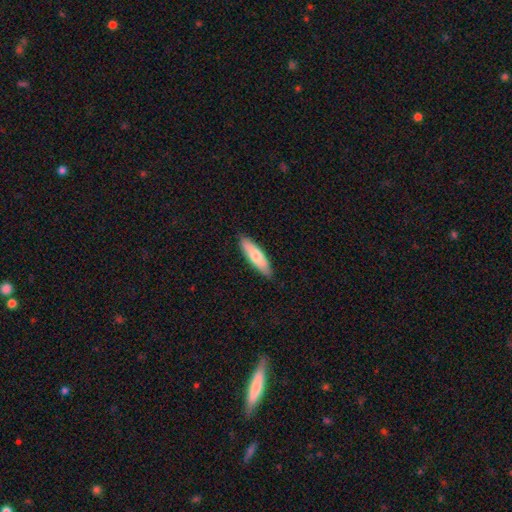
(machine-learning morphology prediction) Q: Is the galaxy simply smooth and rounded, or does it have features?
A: smooth — 71%.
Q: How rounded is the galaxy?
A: cigar-shaped — 60%.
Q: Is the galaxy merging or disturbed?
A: none — 87%.